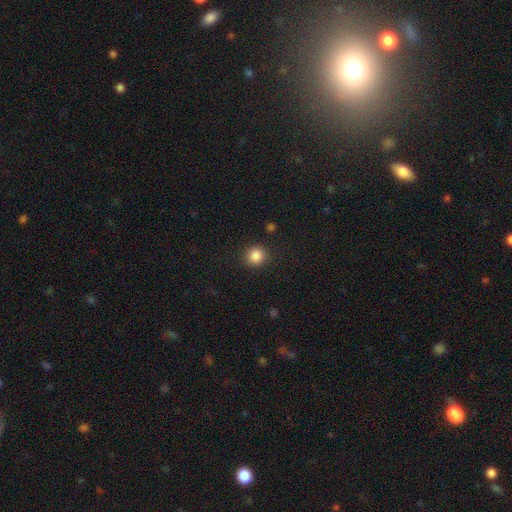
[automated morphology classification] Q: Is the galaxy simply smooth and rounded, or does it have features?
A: smooth — 86%.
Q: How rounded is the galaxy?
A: round — 90%.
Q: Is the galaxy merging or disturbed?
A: none — 90%.